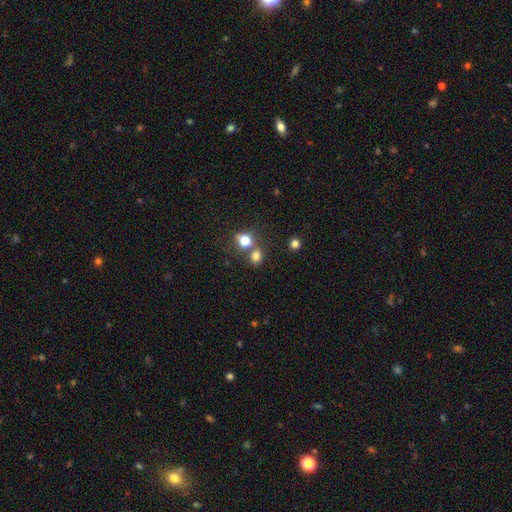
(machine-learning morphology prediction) smooth 76%, star or artifact 17%, featured or disk 7%. Down the decision tree: how rounded — round (68%); merging — none (58%).